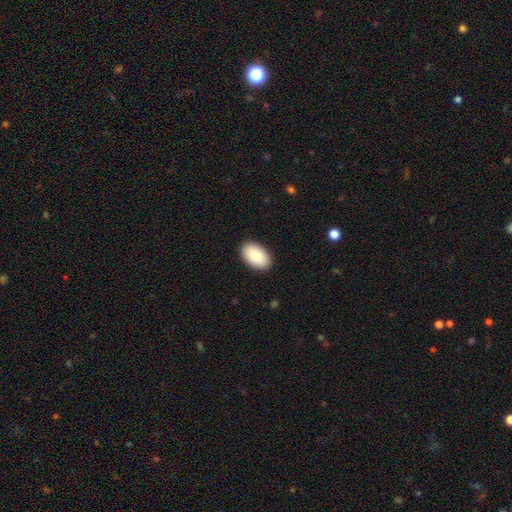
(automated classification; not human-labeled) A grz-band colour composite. It shows a smooth galaxy with no disk features (83%) that is in between round and cigar-shaped (93%). Merging: none (90%).